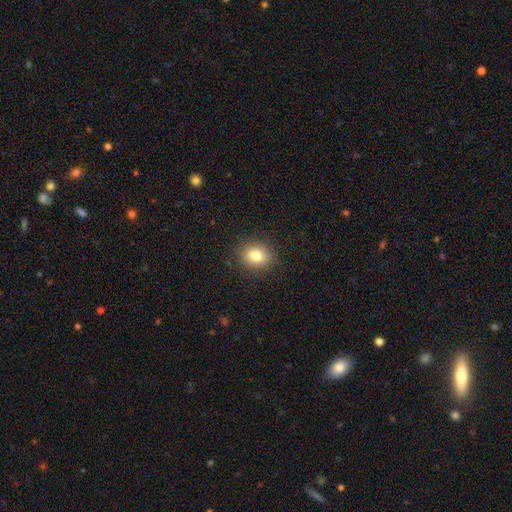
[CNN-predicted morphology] This is clearly a smooth galaxy (81%). How rounded: likely round (63%). Merging: clearly none (88%).